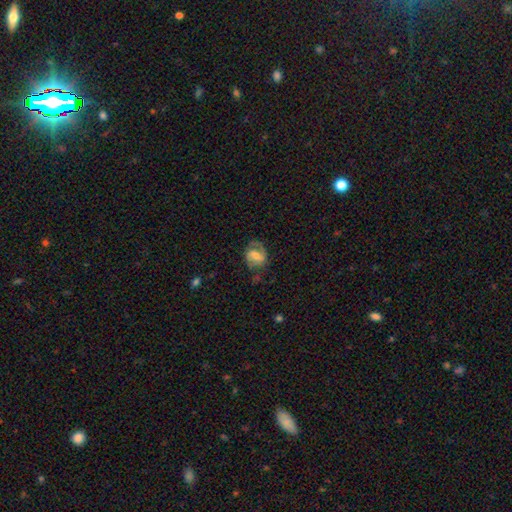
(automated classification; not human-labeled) Overall: featured or disk (63%; smooth 30%). Edge-on disk: no (97%). Bar: weak (46%; strong 29%). Spiral arms: yes (84%). Spiral arm count: 2 (71%). Spiral winding: medium (46%; tight 34%). Bulge size: moderate (48%; small 32%). Merging: none (60%; minor disturbance 22%).